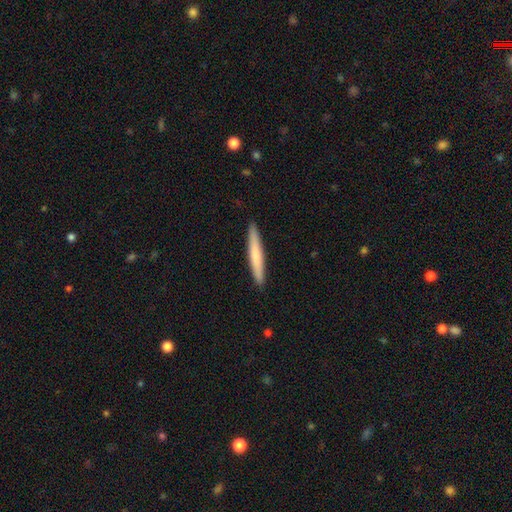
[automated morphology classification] Smooth or featured? Predicted: smooth (p=0.67). How rounded? Predicted: cigar-shaped (p=0.96). Merging? Predicted: none (p=0.92).